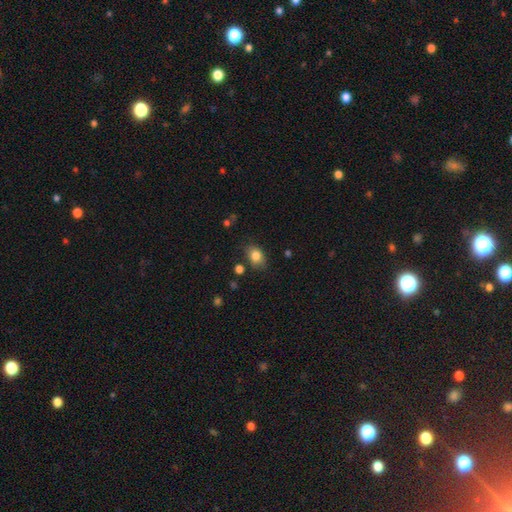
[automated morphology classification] Smooth or featured? smooth (83%)
How rounded? in between (71%)
Merging? none (76%)